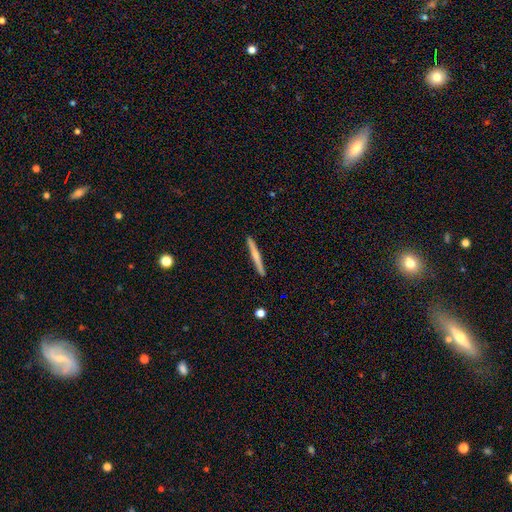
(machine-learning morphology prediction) This is possibly a smooth galaxy (54%). How rounded: clearly cigar-shaped (96%). Merging: clearly none (91%).